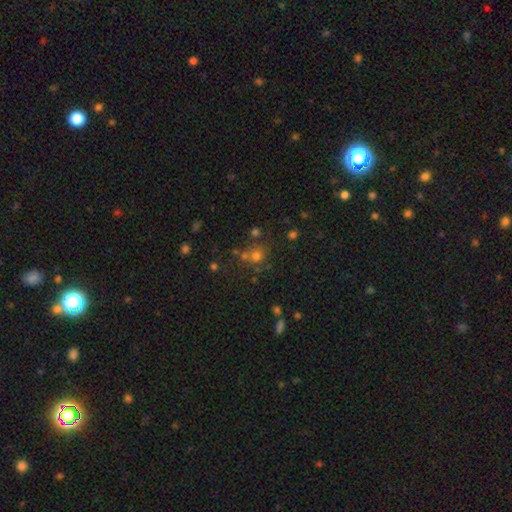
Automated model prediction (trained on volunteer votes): Smooth or featured? smooth (58%)
How rounded? round (87%)
Merging? none (65%)